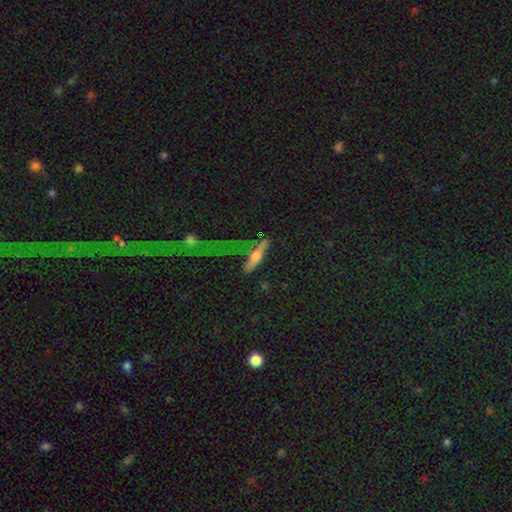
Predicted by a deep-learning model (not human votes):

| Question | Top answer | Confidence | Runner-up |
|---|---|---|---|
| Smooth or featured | smooth | 50% | featured or disk (39%) |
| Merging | none | 46% | minor disturbance (21%) |